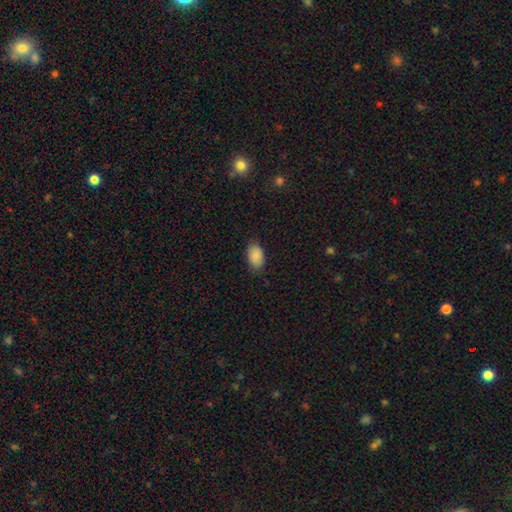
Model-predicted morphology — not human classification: This is clearly a smooth galaxy (88%). How rounded: clearly in between (93%). Merging: clearly none (84%).